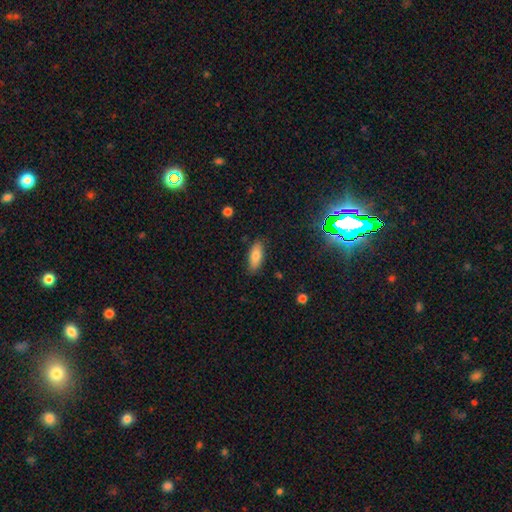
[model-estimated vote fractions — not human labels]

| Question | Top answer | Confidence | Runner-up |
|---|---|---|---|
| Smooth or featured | smooth | 79% | featured or disk (13%) |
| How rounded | in between | 78% | cigar-shaped (19%) |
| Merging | none | 85% | minor disturbance (12%) |